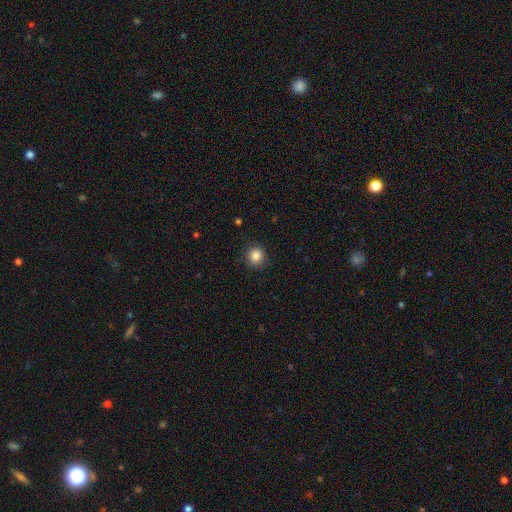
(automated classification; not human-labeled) Q: Smooth or featured?
A: smooth (85%); runner-up: star or artifact (11%)
Q: How rounded?
A: round (91%); runner-up: in between (8%)
Q: Merging?
A: none (89%); runner-up: minor disturbance (8%)